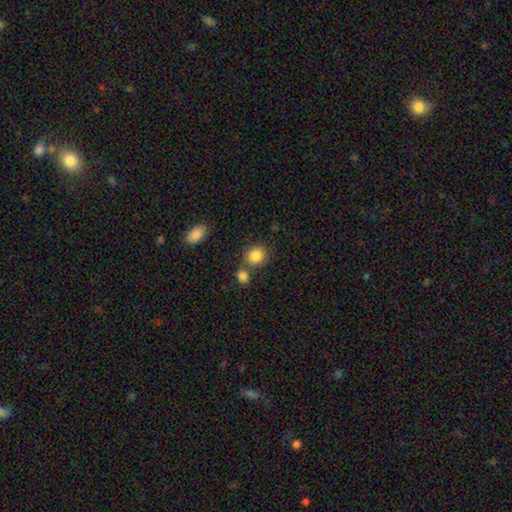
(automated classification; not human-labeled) Smooth or featured? Predicted: smooth (p=0.85). How rounded? Predicted: round (p=0.78). Merging? Predicted: none (p=0.65).